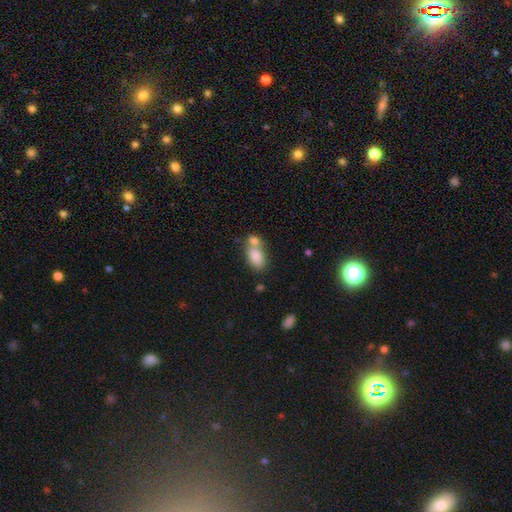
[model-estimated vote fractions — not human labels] Smooth or featured?
  - smooth: 83% *
  - featured or disk: 9%
  - star or artifact: 8%
How rounded?
  - in between: 89% *
  - round: 8%
  - cigar-shaped: 3%
Merging?
  - merger: 43% *
  - none: 41%
  - minor disturbance: 11%
  - major disturbance: 4%